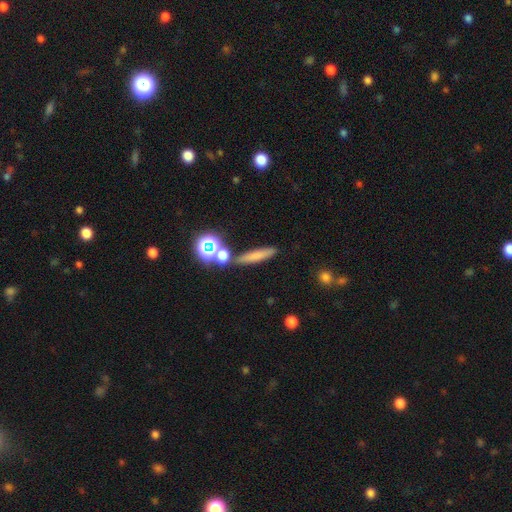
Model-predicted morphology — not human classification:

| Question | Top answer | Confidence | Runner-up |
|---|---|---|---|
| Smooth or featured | smooth | 68% | featured or disk (17%) |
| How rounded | cigar-shaped | 80% | in between (12%) |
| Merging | none | 80% | merger (8%) |